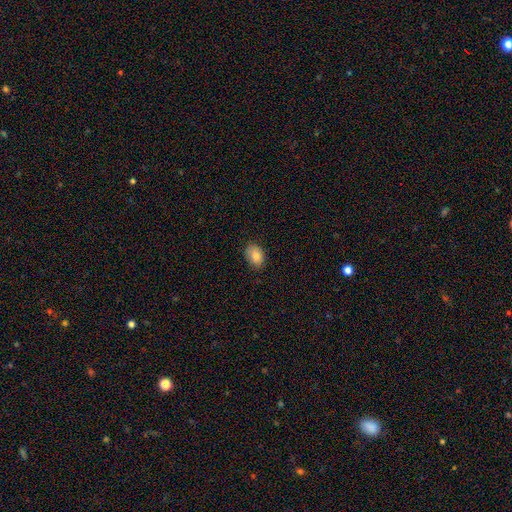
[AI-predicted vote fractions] Q: Smooth or featured?
A: smooth (84%); runner-up: star or artifact (8%)
Q: How rounded?
A: in between (77%); runner-up: round (22%)
Q: Merging?
A: none (81%); runner-up: minor disturbance (15%)